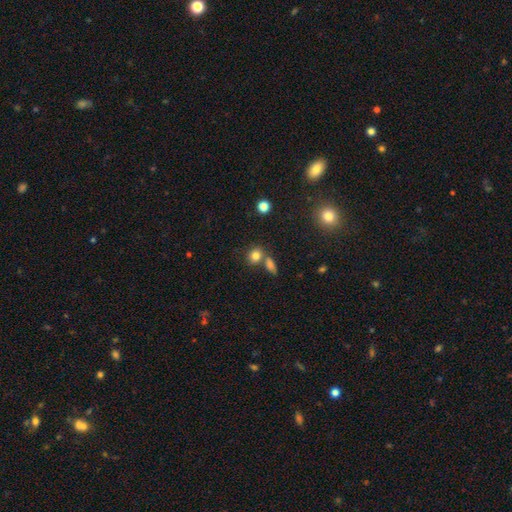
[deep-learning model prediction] Q: Smooth or featured?
A: smooth (80%); runner-up: star or artifact (12%)
Q: How rounded?
A: round (58%); runner-up: in between (40%)
Q: Merging?
A: none (60%); runner-up: merger (25%)